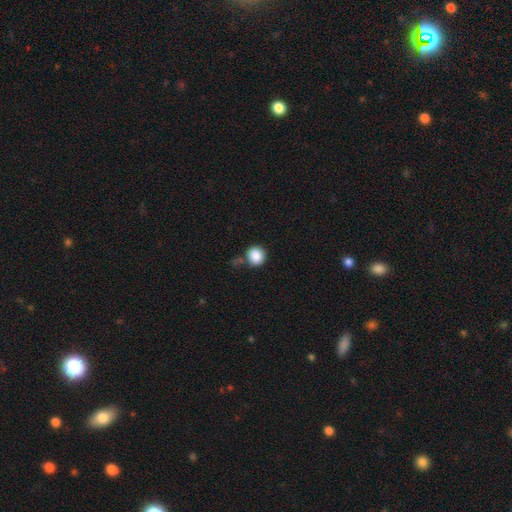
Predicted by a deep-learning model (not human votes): The model was most divided on "merging": none: 69%, minor disturbance: 16%, merger: 10%, major disturbance: 5%. More confident: smooth or featured — smooth (88%); how rounded — round (87%).